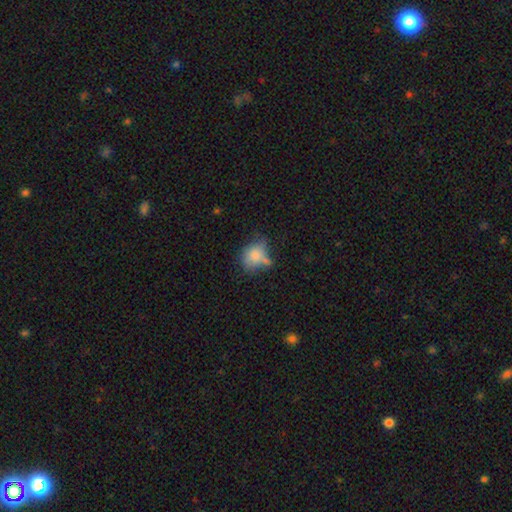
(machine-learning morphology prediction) Q: Smooth or featured?
A: smooth (77%); runner-up: featured or disk (14%)
Q: How rounded?
A: in between (55%); runner-up: round (44%)
Q: Merging?
A: none (38%); runner-up: minor disturbance (28%)